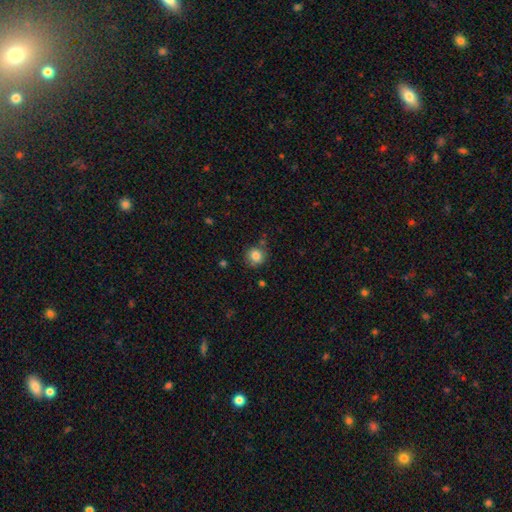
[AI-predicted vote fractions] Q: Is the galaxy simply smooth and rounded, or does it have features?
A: smooth — 84%.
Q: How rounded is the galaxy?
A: round — 89%.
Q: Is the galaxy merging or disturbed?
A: none — 79%.